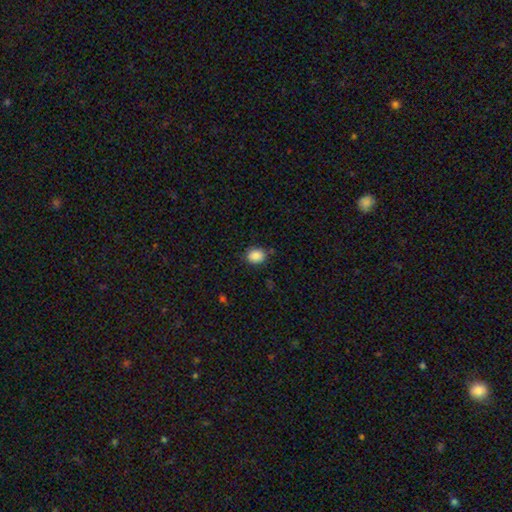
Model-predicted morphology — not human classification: Smooth or featured: smooth — 88% (star or artifact — 9%)
How rounded: round — 55% (in between — 44%)
Merging: none — 81% (minor disturbance — 13%)